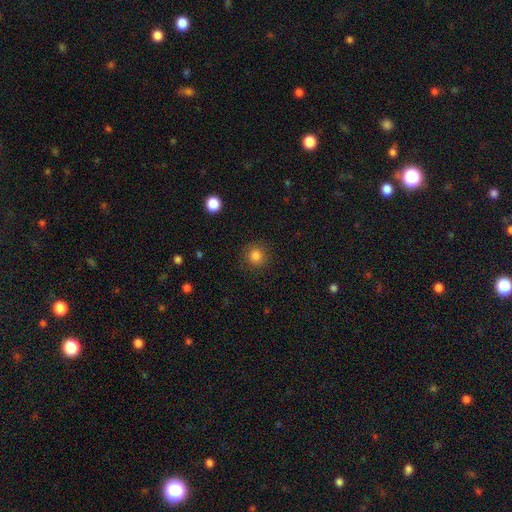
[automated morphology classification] smooth 83%, star or artifact 12%, featured or disk 5%. Down the decision tree: how rounded — round (93%); merging — none (89%).